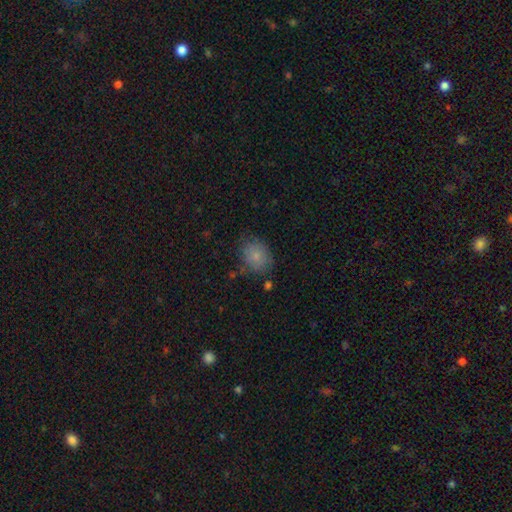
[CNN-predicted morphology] smooth_or_featured: smooth (p=0.82) [alt: featured or disk p=0.09]
how_rounded: round (p=0.51) [alt: in between p=0.48]
merging: none (p=0.72) [alt: minor disturbance p=0.19]